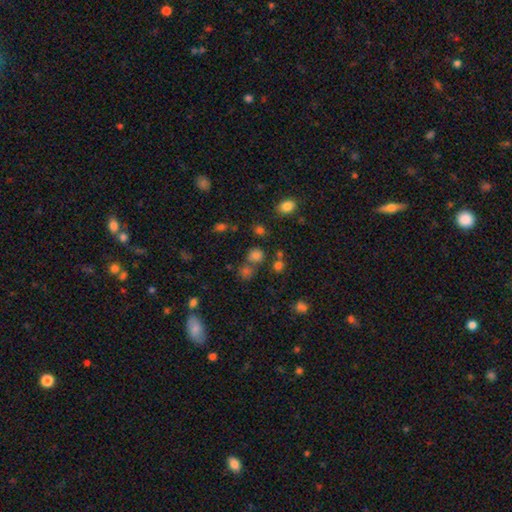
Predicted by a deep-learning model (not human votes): Smooth or featured? Predicted: smooth (p=0.72). How rounded? Predicted: round (p=0.80). Merging? Predicted: none (p=0.65).